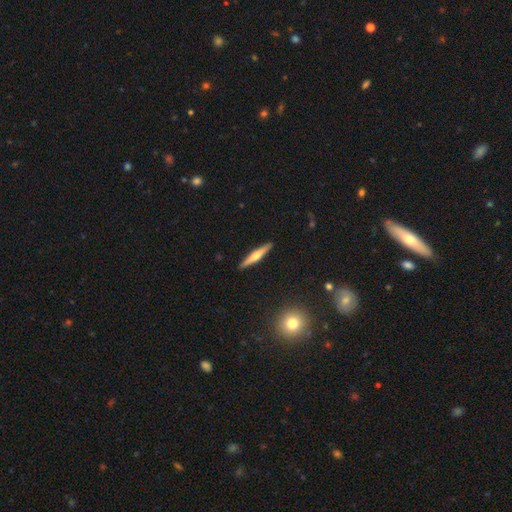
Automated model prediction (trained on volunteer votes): Smooth or featured: featured or disk — 56% (smooth — 38%)
Edge-on disk: yes — 97% (no — 3%)
Edge-on bulge: rounded — 86% (none — 8%)
Merging: none — 92% (minor disturbance — 6%)